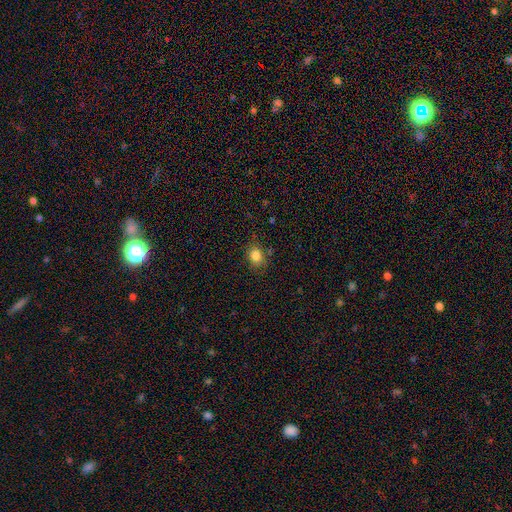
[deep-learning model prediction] smooth_or_featured: smooth (p=0.83) [alt: star or artifact p=0.11]
how_rounded: in between (p=0.50) [alt: round p=0.49]
merging: none (p=0.80) [alt: minor disturbance p=0.14]